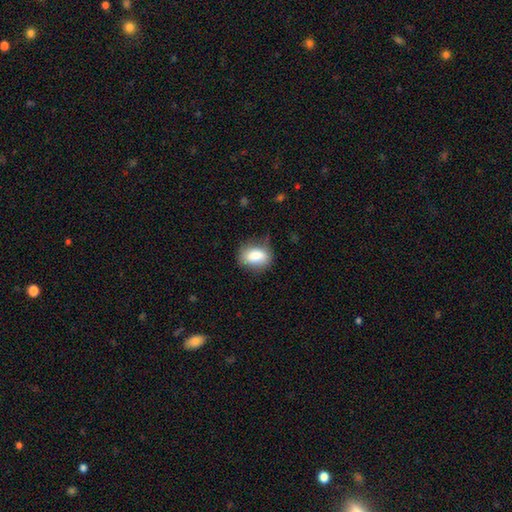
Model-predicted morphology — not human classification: smooth-or-featured: smooth: 84% | featured or disk: 8% | star or artifact: 8%
  how-rounded: in between: 76% | round: 22% | cigar-shaped: 2%
  merging: none: 68% | minor disturbance: 24% | major disturbance: 7% | merger: 2%